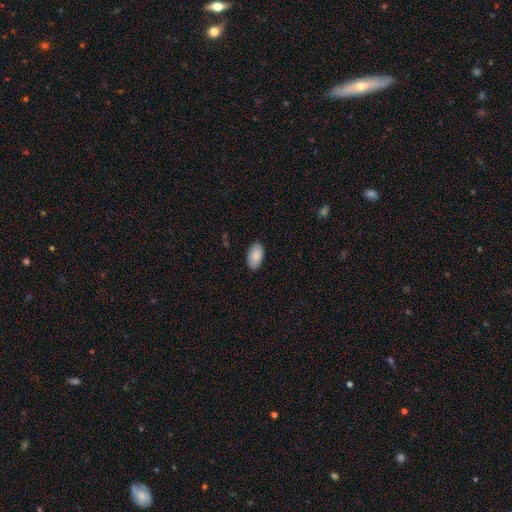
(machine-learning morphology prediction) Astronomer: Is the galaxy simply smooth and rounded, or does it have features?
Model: smooth — 89%.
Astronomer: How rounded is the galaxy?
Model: in between — 95%.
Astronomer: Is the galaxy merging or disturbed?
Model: none — 87%.